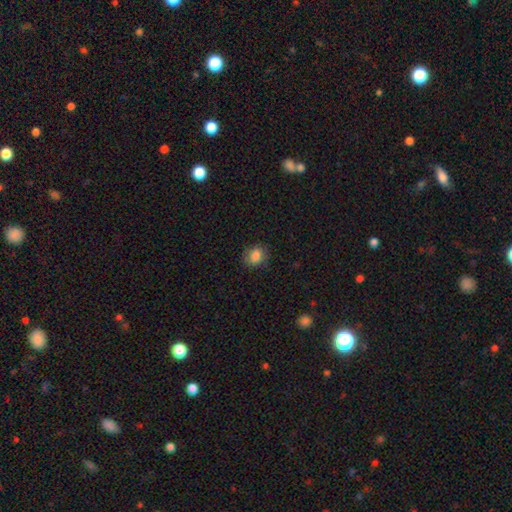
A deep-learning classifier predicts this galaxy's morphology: This appears to be a smooth galaxy with no disk features (83%) that is in between round and cigar-shaped (54%). Merging: none (81%).